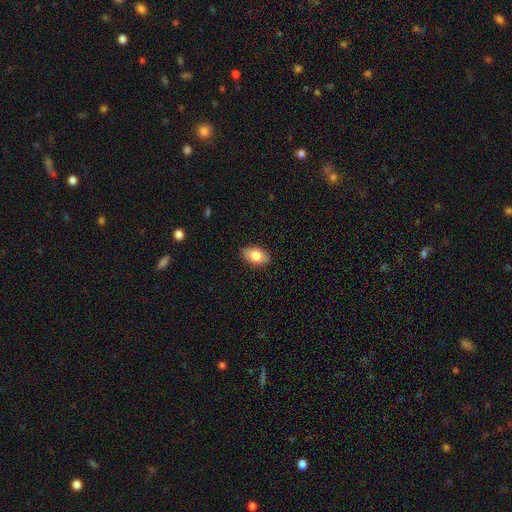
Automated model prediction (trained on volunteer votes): smooth 81%, featured or disk 13%, star or artifact 7%. Down the decision tree: how rounded — in between (91%); merging — none (88%).